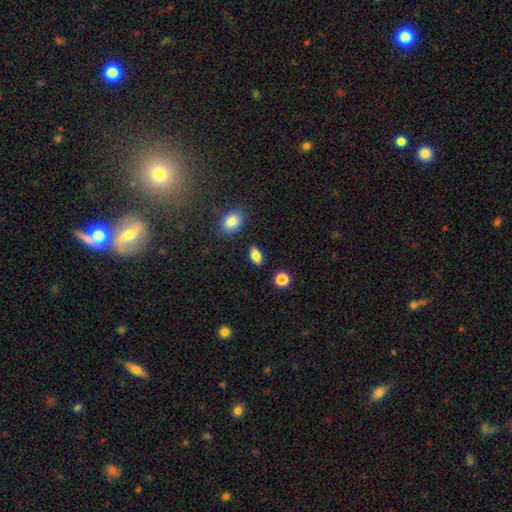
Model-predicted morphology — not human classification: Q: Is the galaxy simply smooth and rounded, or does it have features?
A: smooth — 82%.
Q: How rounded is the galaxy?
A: in between — 85%.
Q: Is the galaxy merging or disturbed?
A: none — 88%.